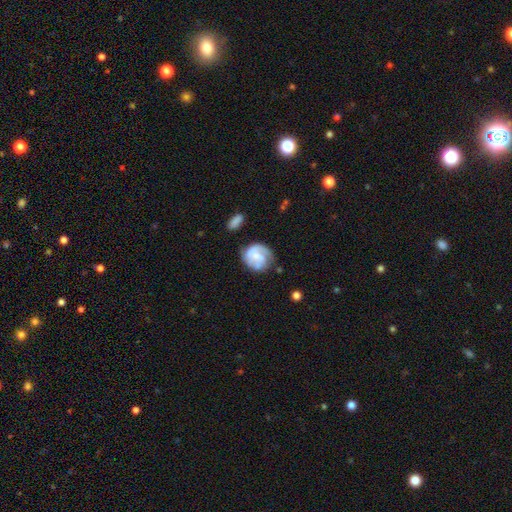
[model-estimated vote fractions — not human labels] Morphology: type=featured or disk (64%); edge-on=no (98%); bar=no (53%); spiral arms=yes (87%); winding=tight (44%); arm count=2 (46%); bulge=small (50%); merging=none (60%).